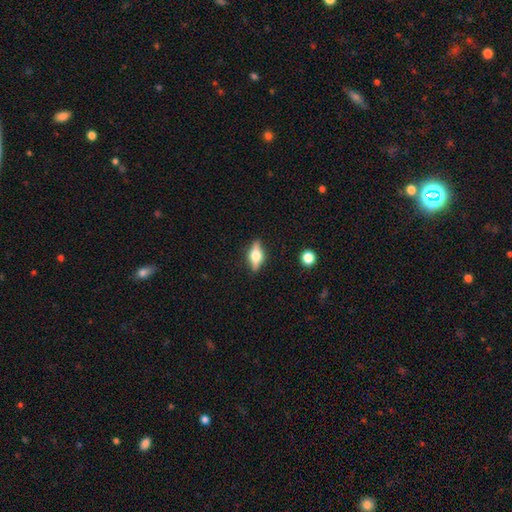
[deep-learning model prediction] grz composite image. It shows a featured or disk galaxy (58%) viewed edge-on (93%) with a rounded central bulge (94%). Merging: none (86%).